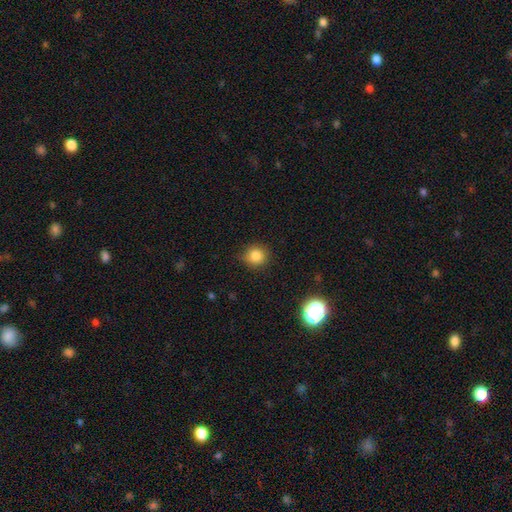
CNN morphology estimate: Smooth or featured? smooth (83%)
How rounded? round (88%)
Merging? none (84%)